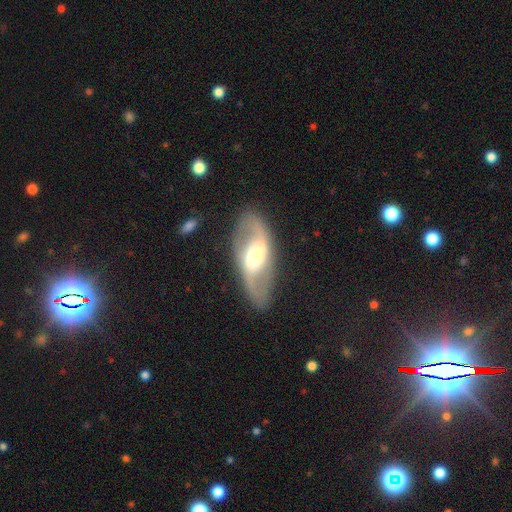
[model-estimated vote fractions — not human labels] smooth_or_featured: featured or disk (p=0.79) [alt: smooth p=0.16]
disk_edge_on: no (p=0.92) [alt: yes p=0.08]
bar: weak (p=0.41) [alt: strong p=0.31]
has_spiral_arms: yes (p=0.87) [alt: no p=0.13]
spiral_winding: loose (p=0.46) [alt: medium p=0.41]
spiral_arm_count: 2 (p=0.90) [alt: can't tell p=0.05]
bulge_size: moderate (p=0.53) [alt: small p=0.22]
merging: none (p=0.81) [alt: minor disturbance p=0.12]